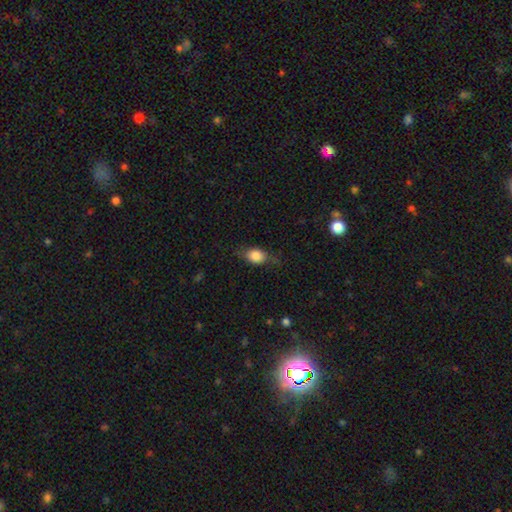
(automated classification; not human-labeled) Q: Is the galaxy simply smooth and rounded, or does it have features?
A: smooth — 75%.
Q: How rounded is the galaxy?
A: in between — 68%.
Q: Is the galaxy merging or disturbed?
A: none — 66%.